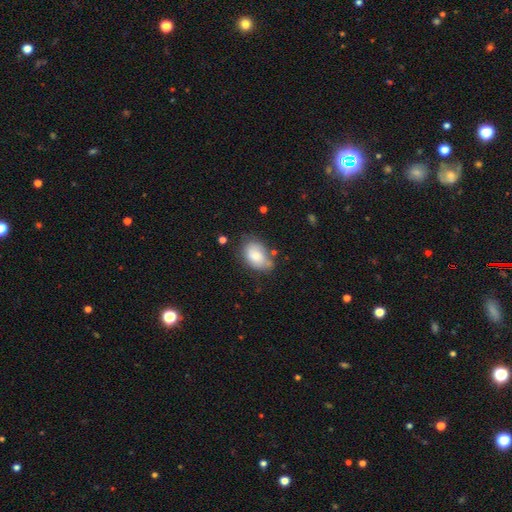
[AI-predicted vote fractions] Morphology: type=smooth (77%); roundness=in between (87%); merging=none (57%).